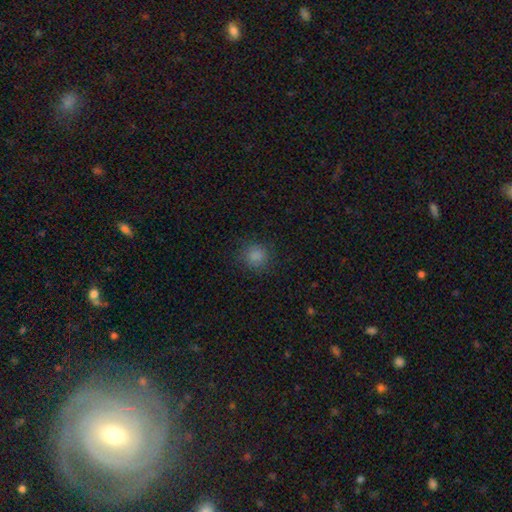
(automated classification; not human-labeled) Smooth or featured?
  - smooth: 84% *
  - star or artifact: 12%
  - featured or disk: 4%
How rounded?
  - round: 90% *
  - in between: 9%
  - cigar-shaped: 1%
Merging?
  - none: 84% *
  - minor disturbance: 10%
  - major disturbance: 4%
  - merger: 1%